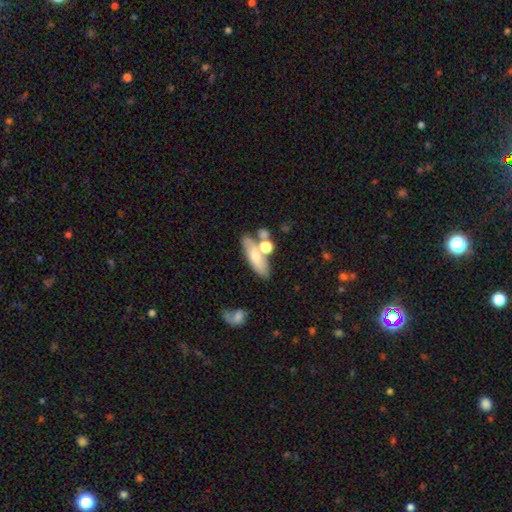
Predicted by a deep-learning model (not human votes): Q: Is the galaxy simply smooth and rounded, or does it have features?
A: smooth — 60%.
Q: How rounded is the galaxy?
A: in between — 55%.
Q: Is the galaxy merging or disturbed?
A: none — 55%.